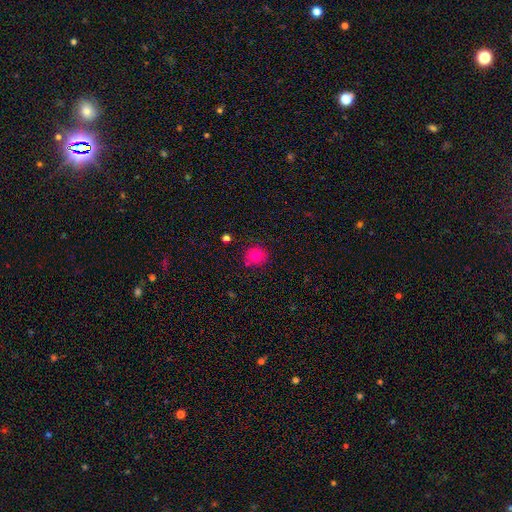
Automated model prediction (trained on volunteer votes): A smooth galaxy with no disk features (79%) that is round (89%). Merging: none (83%).